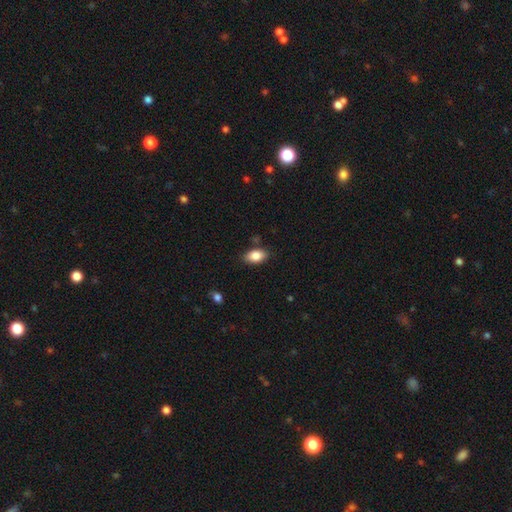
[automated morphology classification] Smooth or featured: smooth — 86% (star or artifact — 7%)
How rounded: in between — 91% (round — 7%)
Merging: none — 84% (minor disturbance — 11%)